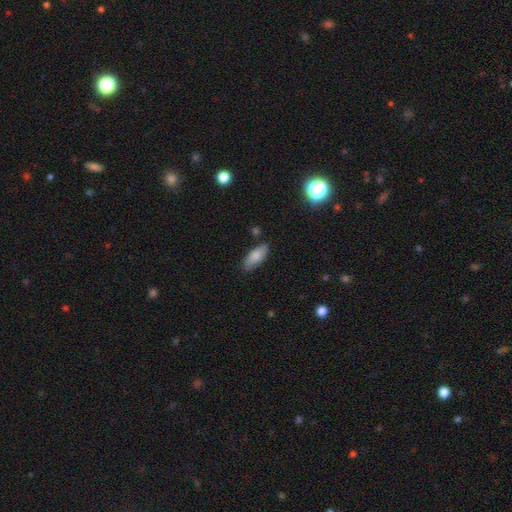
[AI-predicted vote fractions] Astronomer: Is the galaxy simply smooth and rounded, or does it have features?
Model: smooth — 78%.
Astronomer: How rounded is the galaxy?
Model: in between — 79%.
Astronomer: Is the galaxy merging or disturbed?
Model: none — 79%.